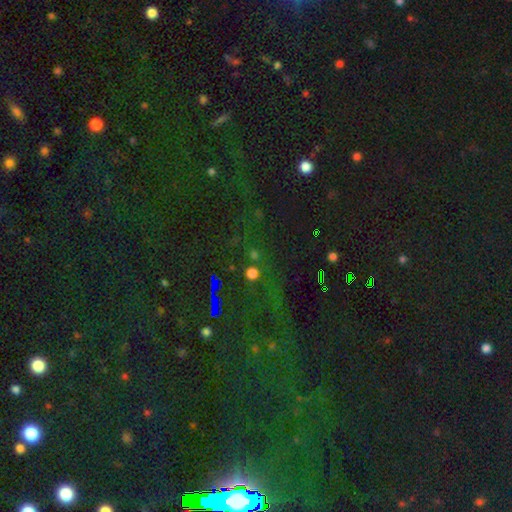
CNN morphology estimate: A star or artifact, not a galaxy (78%).

Vote fractions:
- Smooth or featured? star or artifact: 78% / smooth: 14% / featured or disk: 8%